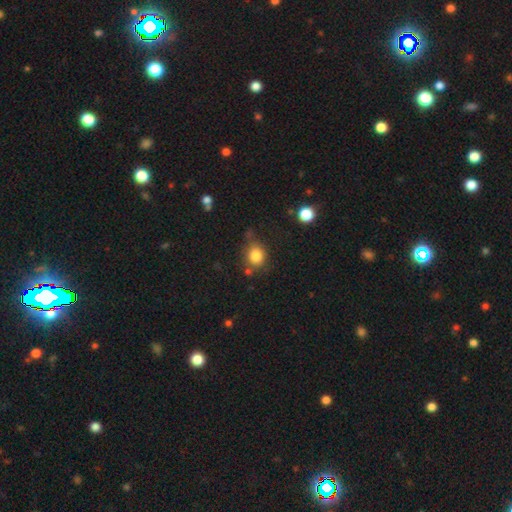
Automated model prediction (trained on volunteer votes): Overall: smooth (82%). How rounded: round (72%). Merging: none (65%).